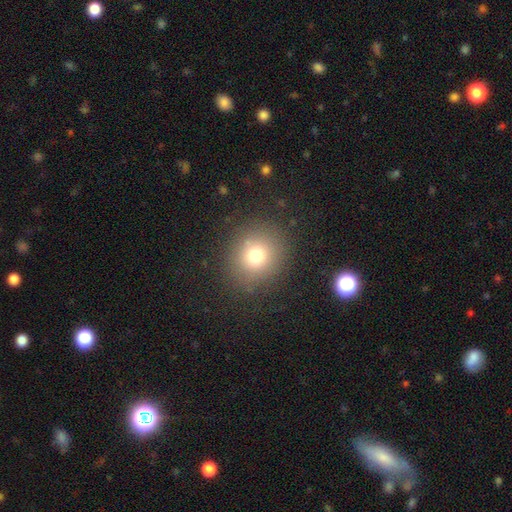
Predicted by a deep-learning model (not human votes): Q: Smooth or featured?
A: smooth (72%); runner-up: star or artifact (16%)
Q: How rounded?
A: round (83%); runner-up: in between (16%)
Q: Merging?
A: none (84%); runner-up: minor disturbance (10%)